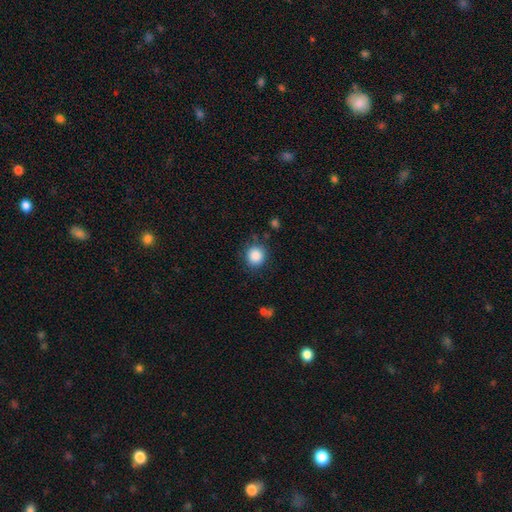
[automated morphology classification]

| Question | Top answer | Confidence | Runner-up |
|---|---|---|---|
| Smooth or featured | smooth | 87% | star or artifact (10%) |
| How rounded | round | 88% | in between (11%) |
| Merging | none | 83% | minor disturbance (11%) |